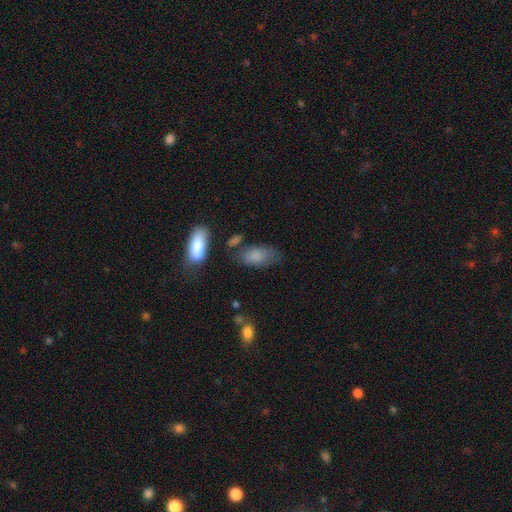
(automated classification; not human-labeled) Smooth or featured? smooth (81%)
How rounded? in between (90%)
Merging? none (53%)